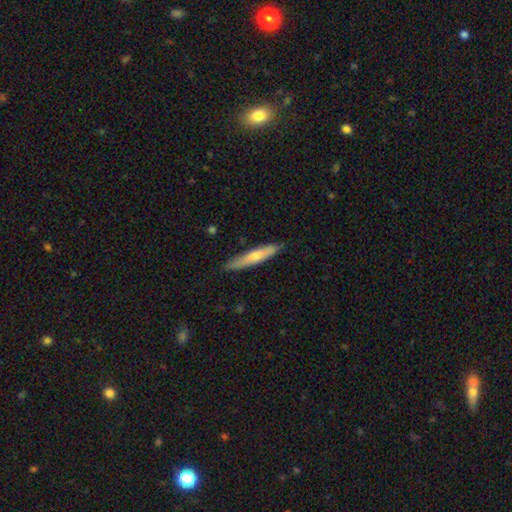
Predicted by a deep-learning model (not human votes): Overall: featured or disk (49%; smooth 44%). Merging: none (88%).